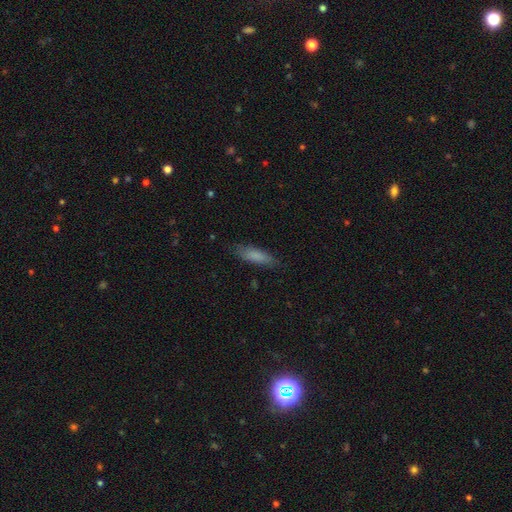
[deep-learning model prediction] Q: Smooth or featured?
A: smooth (81%); runner-up: featured or disk (12%)
Q: How rounded?
A: cigar-shaped (55%); runner-up: in between (43%)
Q: Merging?
A: none (79%); runner-up: minor disturbance (16%)